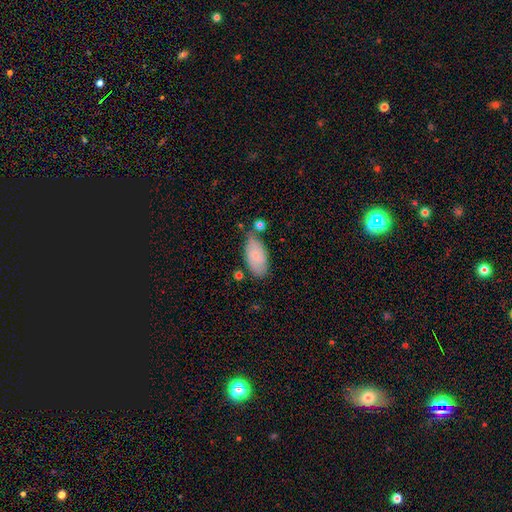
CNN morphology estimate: Smooth or featured? Predicted: smooth (p=0.72). How rounded? Predicted: in between (p=0.92). Merging? Predicted: none (p=0.57).